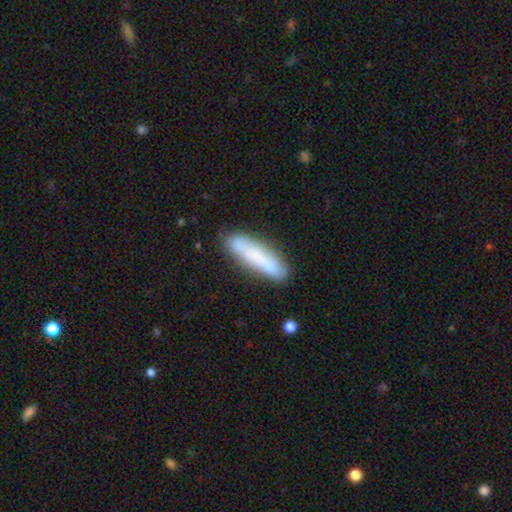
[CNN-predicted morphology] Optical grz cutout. It shows a smooth galaxy with no disk features (68%) that is cigar-shaped (78%). Merging: none (75%).